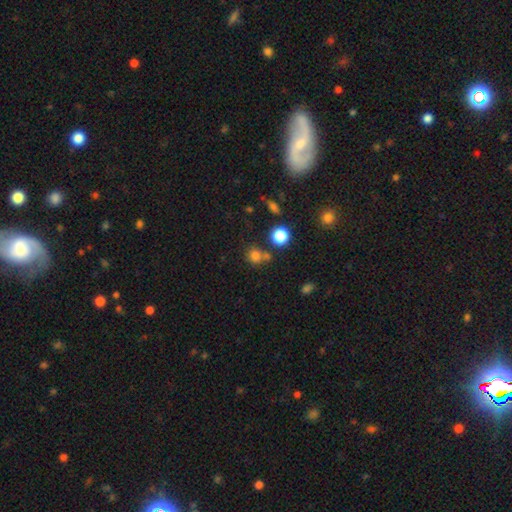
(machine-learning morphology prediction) smooth_or_featured: smooth (p=0.76) [alt: star or artifact p=0.17]
how_rounded: round (p=0.87) [alt: in between p=0.12]
merging: none (p=0.65) [alt: merger p=0.21]